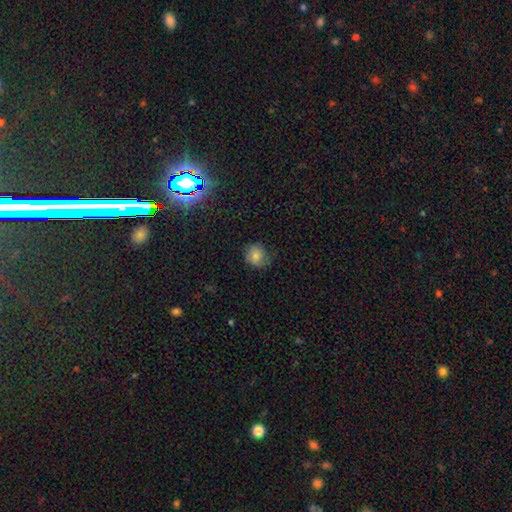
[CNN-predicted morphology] Smooth or featured? Predicted: smooth (p=0.76). How rounded? Predicted: round (p=0.78). Merging? Predicted: none (p=0.62).